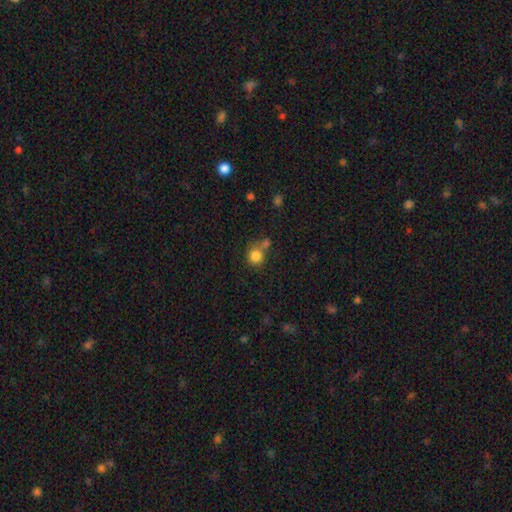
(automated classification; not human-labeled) A smooth galaxy with no disk features (83%) that is round (87%).

Vote fractions:
- Smooth or featured? smooth: 83% / star or artifact: 11% / featured or disk: 6%
- How rounded? round: 87% / in between: 12% / cigar-shaped: 1%
- Merging? none: 55% / merger: 28% / minor disturbance: 12% / major disturbance: 5%